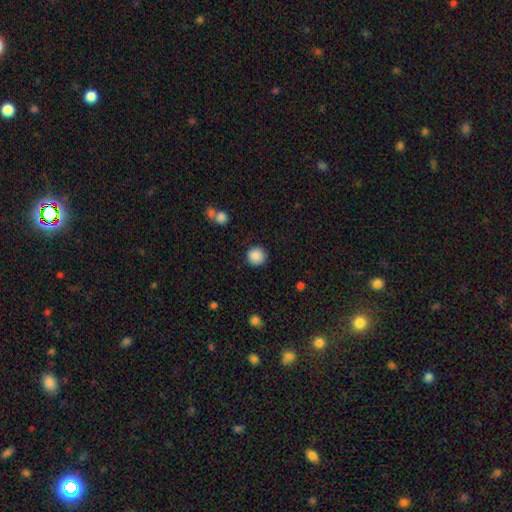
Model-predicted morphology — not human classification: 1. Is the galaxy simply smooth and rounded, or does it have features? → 88% smooth, 9% star or artifact, 3% featured or disk.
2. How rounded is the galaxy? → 94% round, 5% in between, 1% cigar-shaped.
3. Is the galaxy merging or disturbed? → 88% none, 8% minor disturbance, 3% major disturbance, 2% merger.